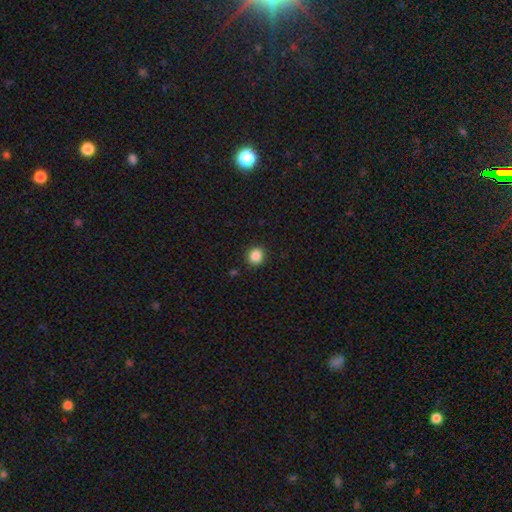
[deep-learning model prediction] A smooth galaxy with no disk features (87%) that is round (85%). Merging: none (91%).